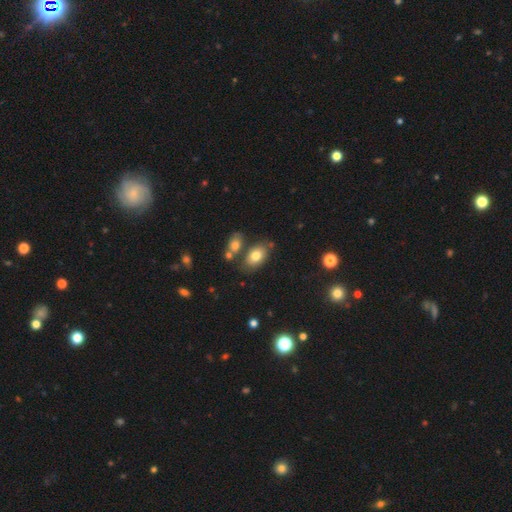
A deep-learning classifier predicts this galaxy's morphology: type=smooth (77%); roundness=in between (87%); merging=none (68%).